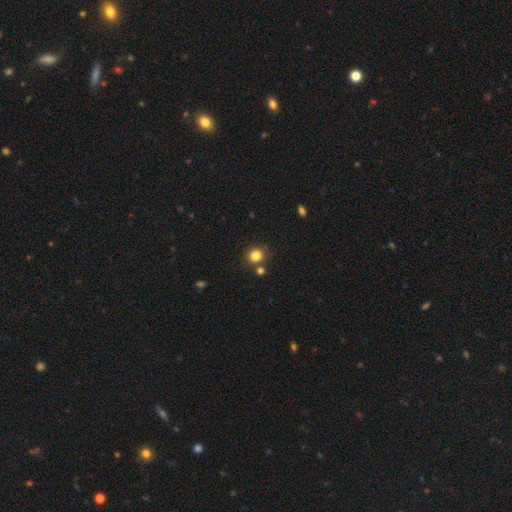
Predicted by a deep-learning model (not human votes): Smooth or featured? smooth (82%)
How rounded? round (86%)
Merging? none (77%)